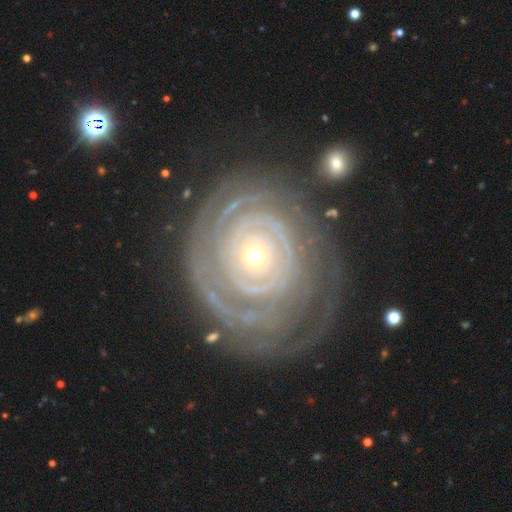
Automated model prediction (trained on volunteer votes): This is clearly a featured or disk galaxy (88%). It is clearly not viewed edge-on (96%). Bar: clearly no (84%). Spiral arm pattern: clearly yes (93%). Spiral arm count: marginally can't tell (30%). Spiral winding: clearly tight (85%). Central bulge: possibly moderate (48%). Merging: likely none (69%).